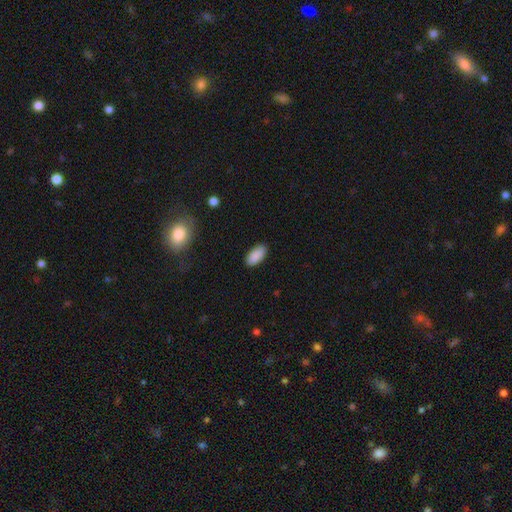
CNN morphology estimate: Smooth or featured?
  - smooth: 90% *
  - star or artifact: 7%
  - featured or disk: 3%
How rounded?
  - in between: 93% *
  - cigar-shaped: 5%
  - round: 2%
Merging?
  - none: 87% *
  - minor disturbance: 9%
  - major disturbance: 2%
  - merger: 1%